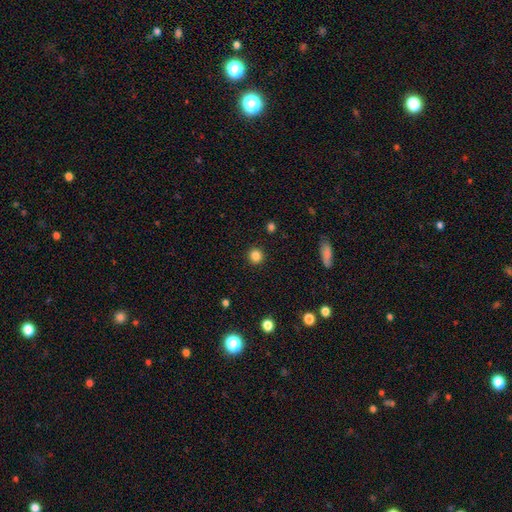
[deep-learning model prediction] smooth-or-featured: smooth: 84% | star or artifact: 12% | featured or disk: 4%
  how-rounded: round: 94% | in between: 5% | cigar-shaped: 1%
  merging: none: 92% | minor disturbance: 5% | major disturbance: 2% | merger: 1%